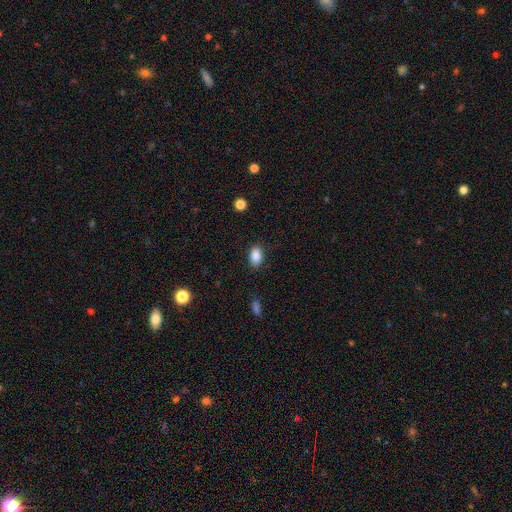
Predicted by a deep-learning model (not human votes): smooth 87%, star or artifact 8%, featured or disk 5%. Down the decision tree: how rounded — in between (88%); merging — none (86%).